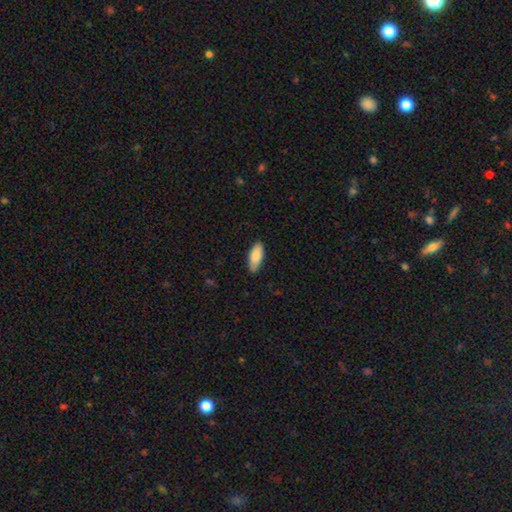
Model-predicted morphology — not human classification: smooth-or-featured: smooth: 84% | featured or disk: 10% | star or artifact: 6%
  how-rounded: in between: 84% | cigar-shaped: 14% | round: 2%
  merging: none: 80% | minor disturbance: 16% | major disturbance: 2% | merger: 1%